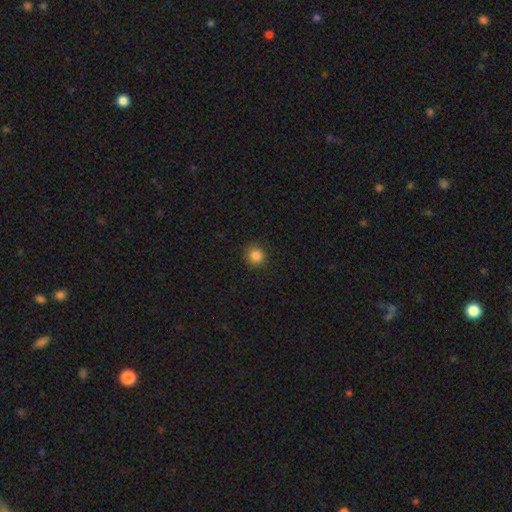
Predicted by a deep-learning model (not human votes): Smooth or featured: smooth — 85% (star or artifact — 11%)
How rounded: round — 93% (in between — 6%)
Merging: none — 91% (minor disturbance — 6%)